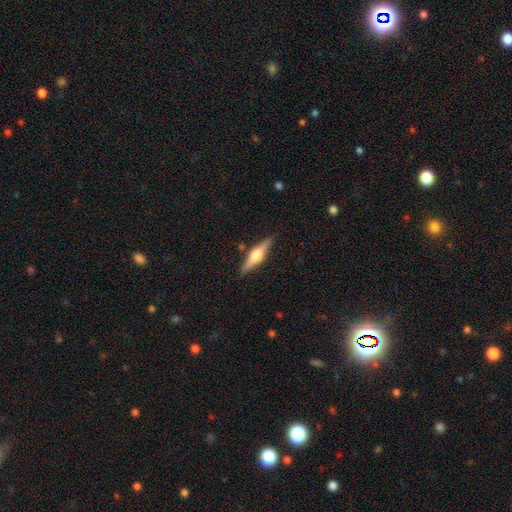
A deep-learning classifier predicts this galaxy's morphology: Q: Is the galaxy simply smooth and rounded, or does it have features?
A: featured or disk — 67%.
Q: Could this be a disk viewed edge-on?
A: yes — 97%.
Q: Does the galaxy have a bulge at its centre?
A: rounded — 91%.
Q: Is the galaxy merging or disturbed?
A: none — 88%.